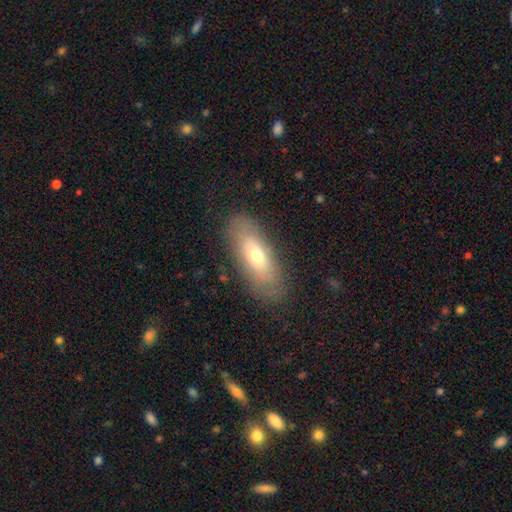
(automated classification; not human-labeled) smooth 59%, featured or disk 34%, star or artifact 7%. Down the decision tree: how rounded — in between (71%); merging — none (82%).